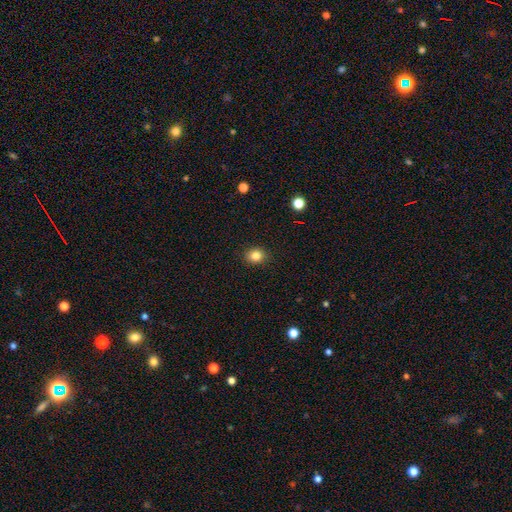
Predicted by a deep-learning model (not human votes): Smooth or featured? Predicted: smooth (p=0.84). How rounded? Predicted: round (p=0.65). Merging? Predicted: none (p=0.90).